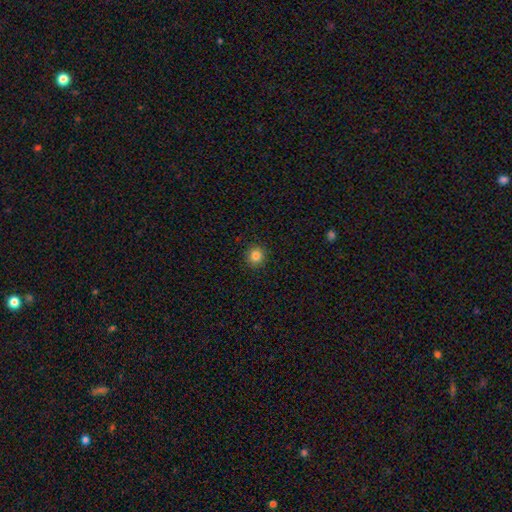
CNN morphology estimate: Smooth or featured? smooth (83%)
How rounded? round (92%)
Merging? none (92%)